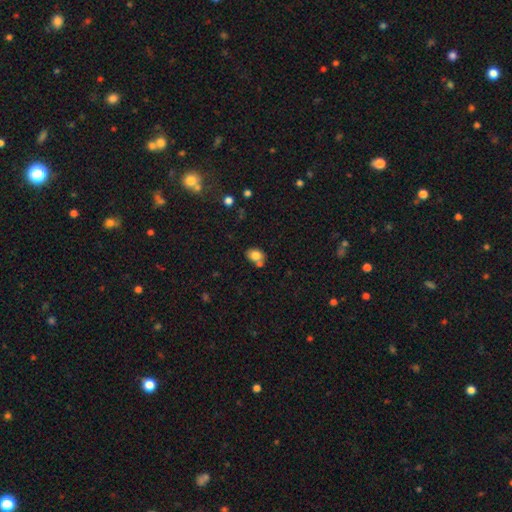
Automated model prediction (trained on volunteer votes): Q: Smooth or featured?
A: smooth (80%); runner-up: featured or disk (10%)
Q: How rounded?
A: in between (66%); runner-up: round (33%)
Q: Merging?
A: none (57%); runner-up: merger (25%)